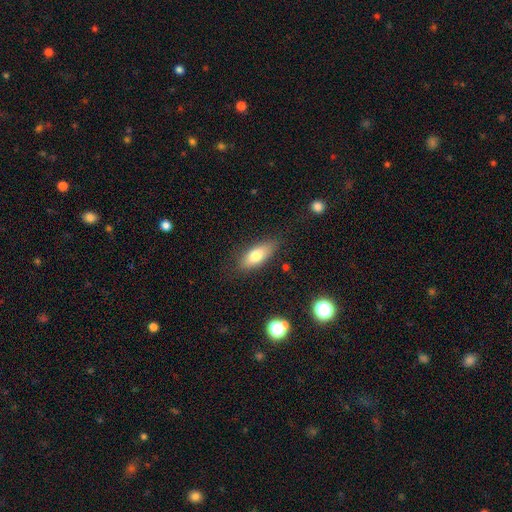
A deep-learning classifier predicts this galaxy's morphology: Overall: smooth (75%). How rounded: in between (77%). Merging: none (80%).